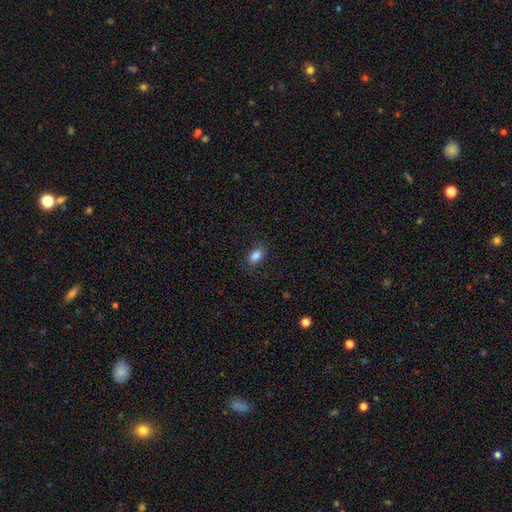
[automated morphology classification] smooth-or-featured: smooth: 86% | star or artifact: 10% | featured or disk: 5%
  how-rounded: in between: 85% | round: 12% | cigar-shaped: 2%
  merging: none: 84% | minor disturbance: 12% | major disturbance: 3% | merger: 1%